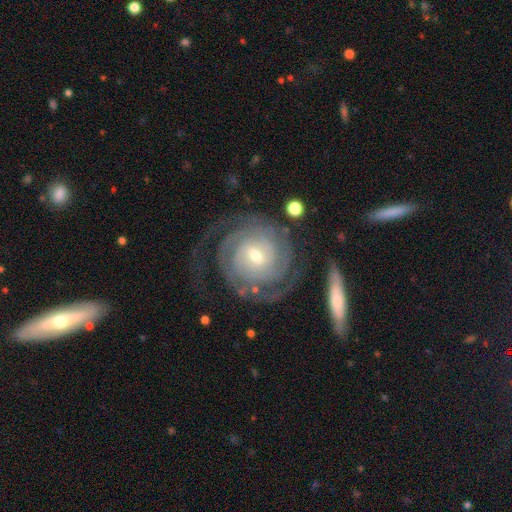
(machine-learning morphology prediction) The model was most divided on "bar": no: 47%, weak: 40%, strong: 13%. Remaining: spiral arms — yes (98%); edge-on disk — no (97%); smooth or featured — featured or disk (89%); spiral winding — tight (77%); merging — none (73%); bulge size — small (58%); spiral arm count — 2 (49%).